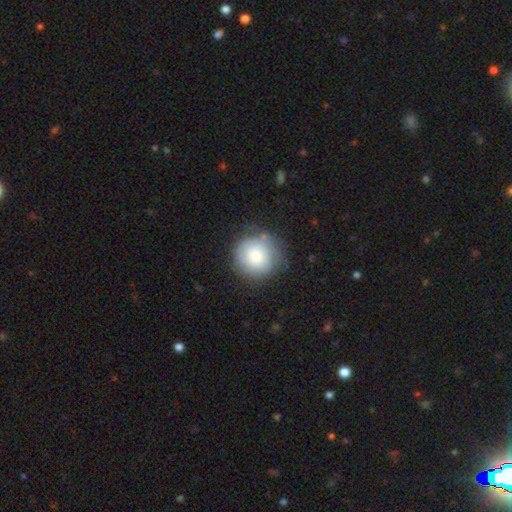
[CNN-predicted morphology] type=smooth (72%); roundness=round (92%); merging=none (69%).